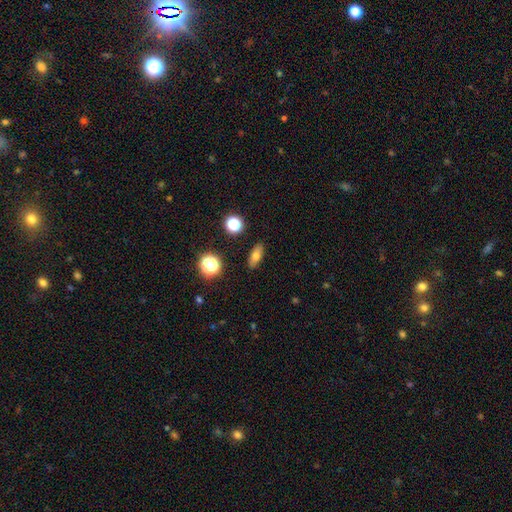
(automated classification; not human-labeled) smooth-or-featured: smooth: 70% | featured or disk: 18% | star or artifact: 12%
  how-rounded: in between: 68% | cigar-shaped: 22% | round: 10%
  merging: none: 88% | minor disturbance: 8% | major disturbance: 2% | merger: 2%